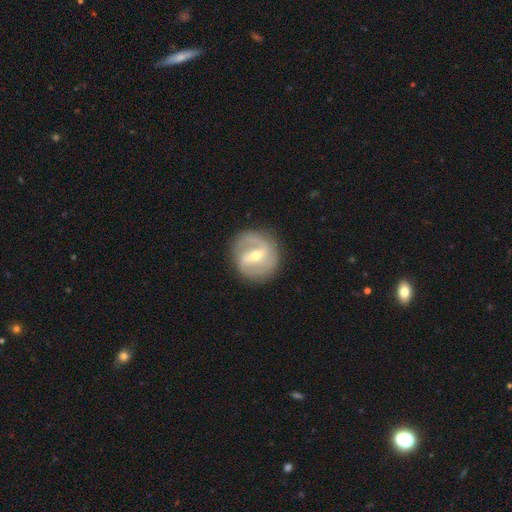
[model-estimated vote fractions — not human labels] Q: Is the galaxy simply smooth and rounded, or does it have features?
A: featured or disk — 81%.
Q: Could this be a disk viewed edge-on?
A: no — 96%.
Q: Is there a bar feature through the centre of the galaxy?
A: strong — 44%.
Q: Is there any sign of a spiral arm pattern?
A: yes — 88%.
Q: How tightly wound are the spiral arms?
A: medium — 44%.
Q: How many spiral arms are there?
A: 2 — 73%.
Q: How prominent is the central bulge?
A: moderate — 56%.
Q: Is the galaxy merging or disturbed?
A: none — 82%.